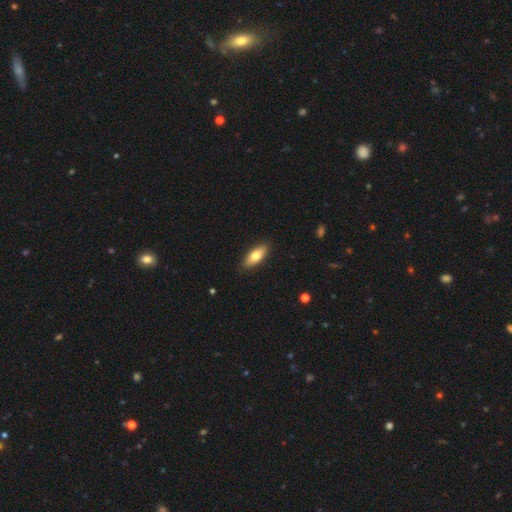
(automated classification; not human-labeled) This appears to be a smooth galaxy with no disk features (73%) that is in between round and cigar-shaped (72%). Merging: none (88%).